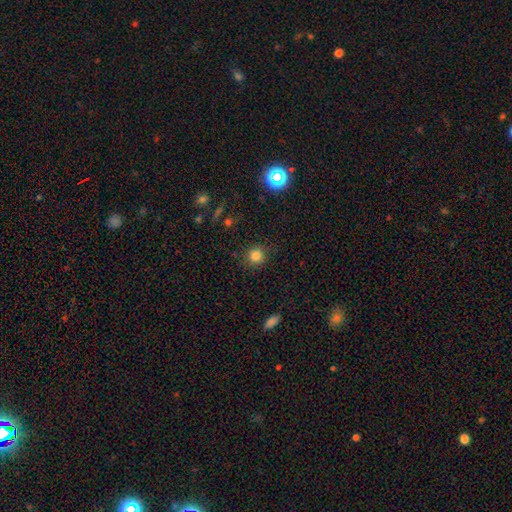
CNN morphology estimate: Smooth or featured? smooth (81%)
How rounded? round (90%)
Merging? none (86%)